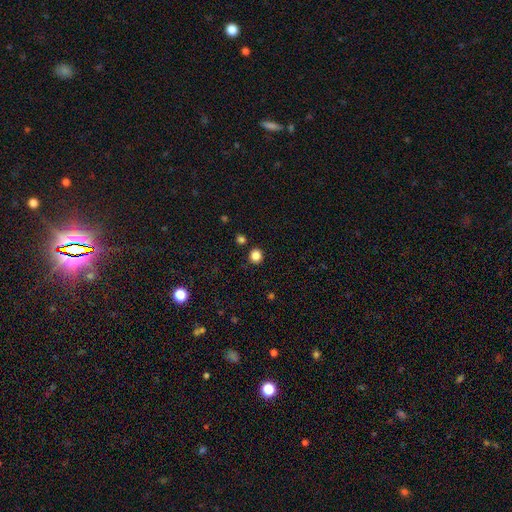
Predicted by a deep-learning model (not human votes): This is clearly a smooth galaxy (84%). How rounded: clearly round (91%). Merging: clearly none (89%).